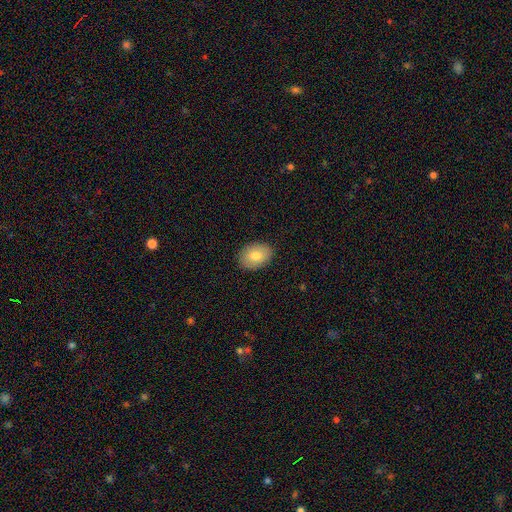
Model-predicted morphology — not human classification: Overall: smooth (79%). How rounded: in between (78%). Merging: none (89%).